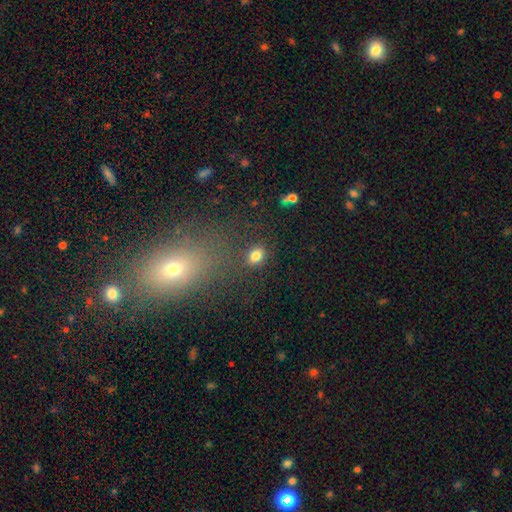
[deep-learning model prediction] Smooth or featured? Predicted: smooth (p=0.81). How rounded? Predicted: in between (p=0.61). Merging? Predicted: none (p=0.81).